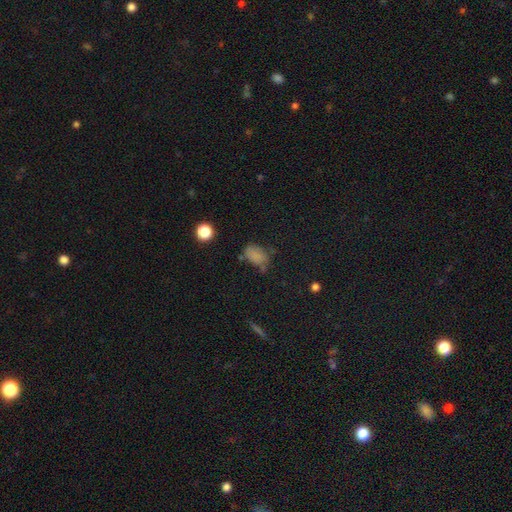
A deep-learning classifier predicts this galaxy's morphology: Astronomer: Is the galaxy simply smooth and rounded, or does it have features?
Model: smooth — 74%.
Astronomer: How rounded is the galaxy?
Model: in between — 83%.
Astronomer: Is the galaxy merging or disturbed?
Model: none — 51% (runner-up: minor disturbance, 29%).